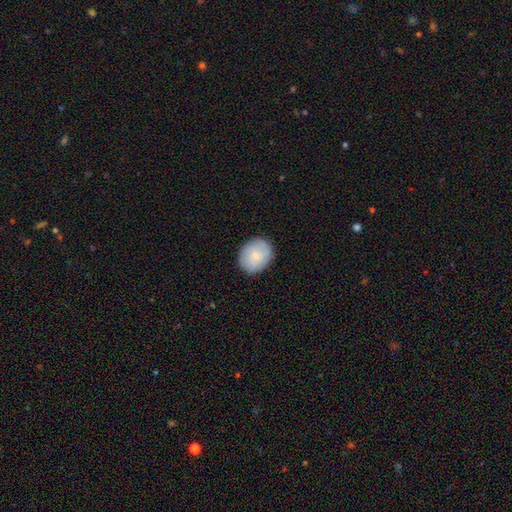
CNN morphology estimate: Q: Smooth or featured?
A: smooth (78%); runner-up: featured or disk (16%)
Q: How rounded?
A: round (57%); runner-up: in between (42%)
Q: Merging?
A: none (86%); runner-up: minor disturbance (11%)